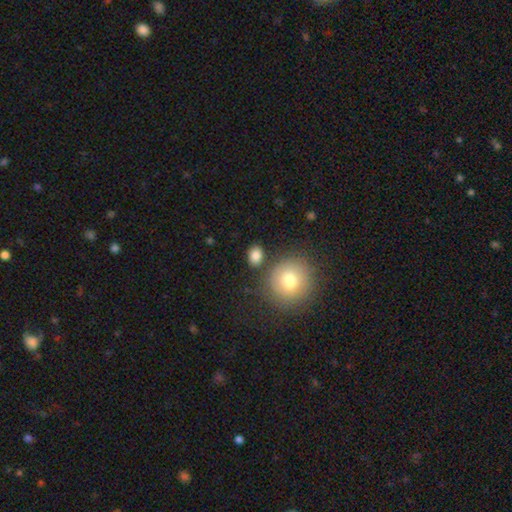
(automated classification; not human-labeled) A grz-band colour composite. It shows a smooth galaxy with no disk features (84%) that is in between round and cigar-shaped (57%). Merging: none (79%).